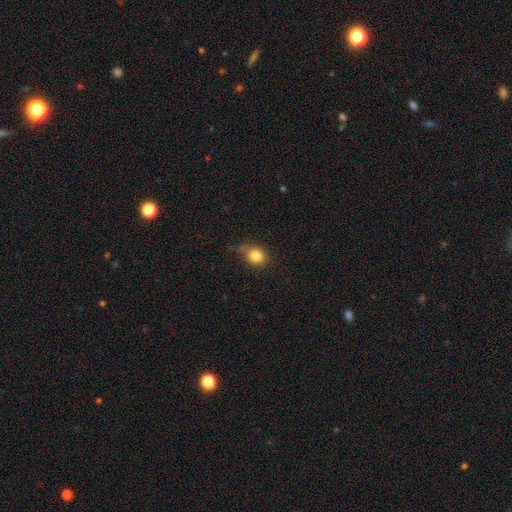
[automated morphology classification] Smooth or featured? smooth (82%)
How rounded? round (62%)
Merging? none (62%)